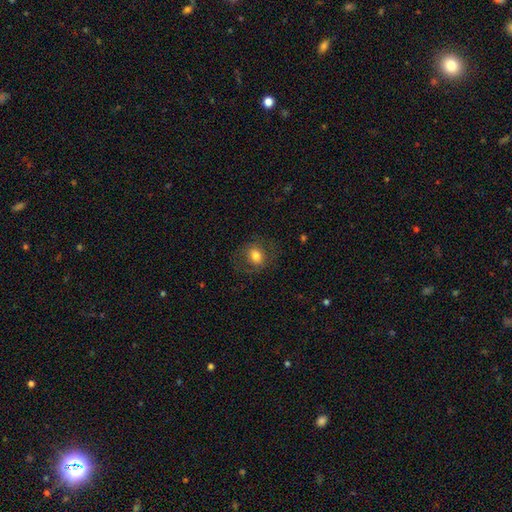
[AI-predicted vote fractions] The model was most divided on "how rounded": round: 64%, in between: 35%, cigar-shaped: 1%. More confident: merging — none (74%); smooth or featured — smooth (70%).